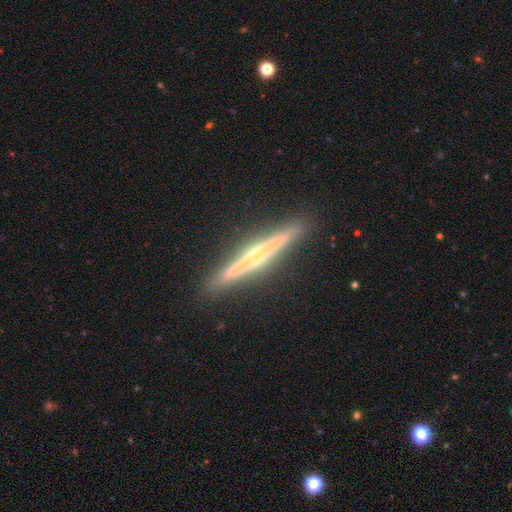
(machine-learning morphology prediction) type=featured or disk (78%); edge-on=yes (98%); edge-on bulge=rounded (76%); merging=none (91%).